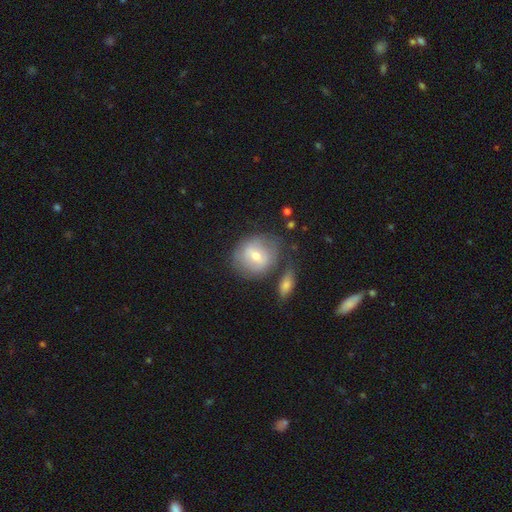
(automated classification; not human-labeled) smooth-or-featured: smooth: 60% | featured or disk: 34% | star or artifact: 7%
  how-rounded: round: 80% | in between: 19% | cigar-shaped: 1%
  merging: none: 63% | minor disturbance: 17% | merger: 13% | major disturbance: 7%